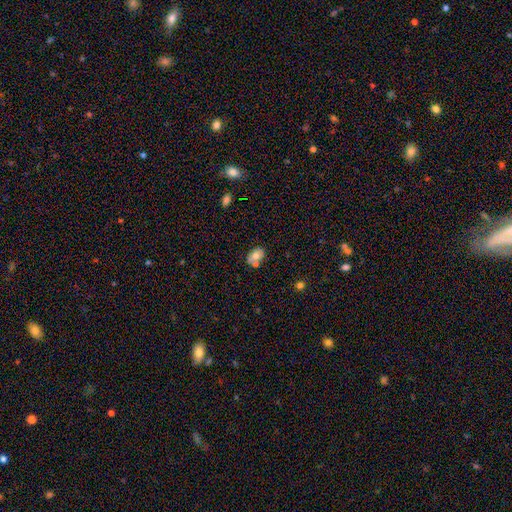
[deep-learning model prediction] A smooth galaxy with no disk features (68%) that is in between round and cigar-shaped (81%). Merging: none (54%).